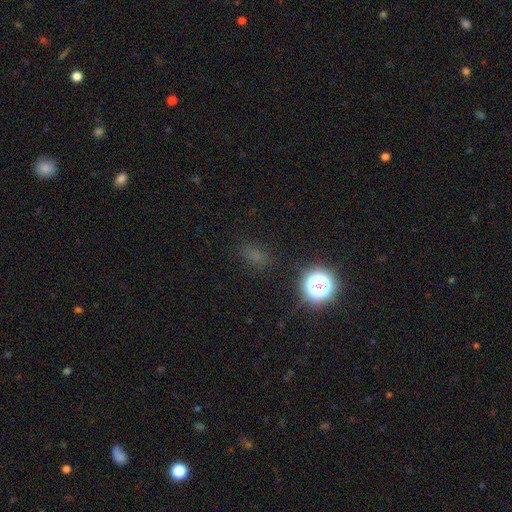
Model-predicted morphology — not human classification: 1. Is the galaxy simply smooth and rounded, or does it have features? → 58% smooth, 35% star or artifact, 7% featured or disk.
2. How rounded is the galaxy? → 60% in between, 34% round, 6% cigar-shaped.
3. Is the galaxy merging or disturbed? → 81% none, 12% minor disturbance, 5% major disturbance, 2% merger.